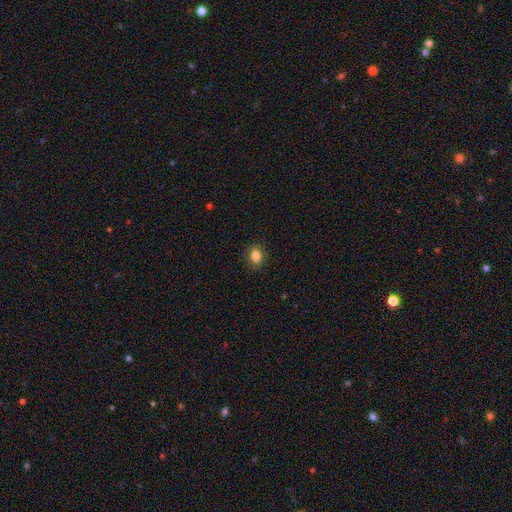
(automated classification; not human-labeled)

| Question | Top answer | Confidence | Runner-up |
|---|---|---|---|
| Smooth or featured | smooth | 85% | star or artifact (10%) |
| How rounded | in between | 64% | round (34%) |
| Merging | none | 88% | minor disturbance (9%) |